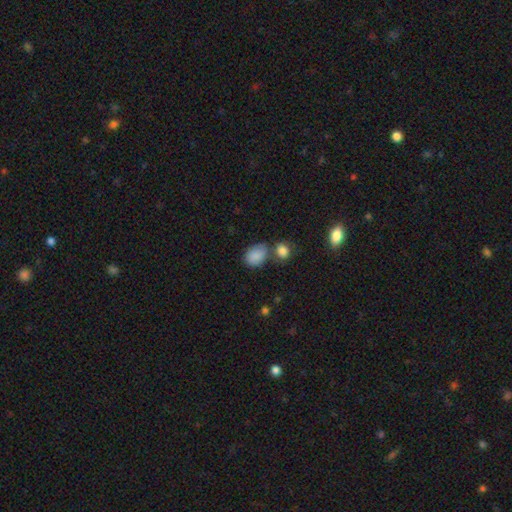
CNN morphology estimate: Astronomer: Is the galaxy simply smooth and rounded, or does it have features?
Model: smooth — 86%.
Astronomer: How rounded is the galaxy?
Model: in between — 68%.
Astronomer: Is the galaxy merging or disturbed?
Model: none — 53%.